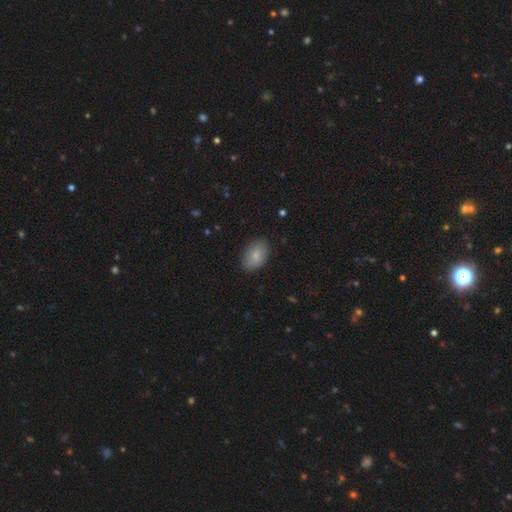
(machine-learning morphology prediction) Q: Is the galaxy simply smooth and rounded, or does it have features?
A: smooth — 83%.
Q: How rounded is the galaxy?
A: in between — 91%.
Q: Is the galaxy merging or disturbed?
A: none — 85%.